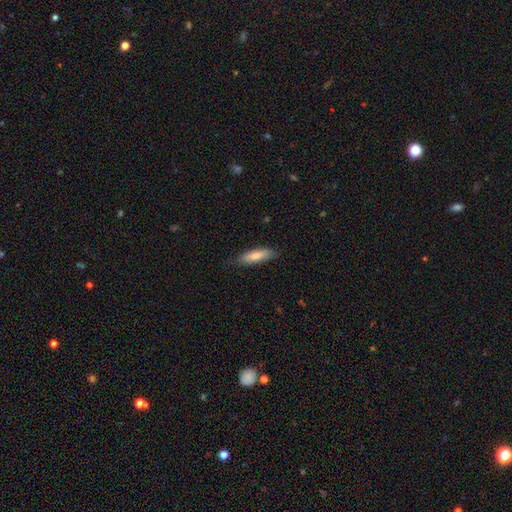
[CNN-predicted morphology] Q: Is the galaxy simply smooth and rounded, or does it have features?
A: smooth — 77%.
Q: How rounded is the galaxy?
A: cigar-shaped — 58%.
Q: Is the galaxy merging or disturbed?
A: none — 78%.